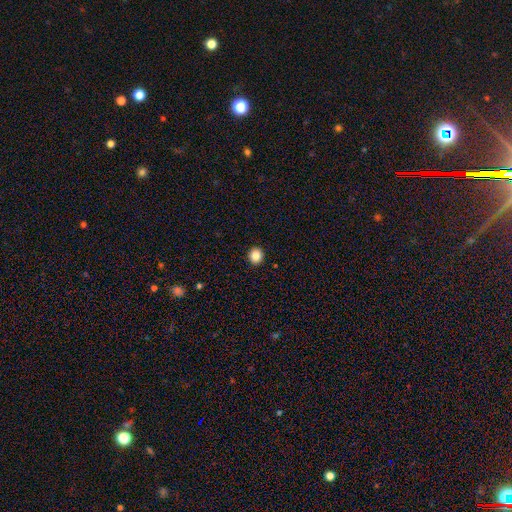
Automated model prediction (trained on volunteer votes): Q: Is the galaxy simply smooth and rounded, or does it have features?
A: smooth — 85%.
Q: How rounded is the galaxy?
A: round — 86%.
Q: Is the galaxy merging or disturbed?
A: none — 93%.